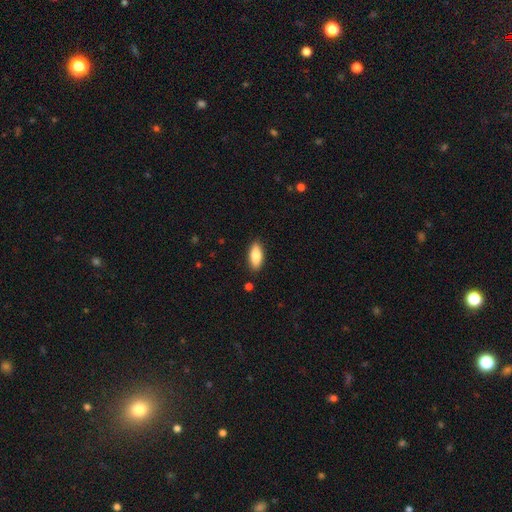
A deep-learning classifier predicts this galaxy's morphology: A smooth galaxy with no disk features (85%) that is in between round and cigar-shaped (82%).

Vote fractions:
- Smooth or featured? smooth: 85% / featured or disk: 9% / star or artifact: 6%
- How rounded? in between: 82% / cigar-shaped: 15% / round: 2%
- Merging? none: 88% / minor disturbance: 9% / major disturbance: 2% / merger: 1%